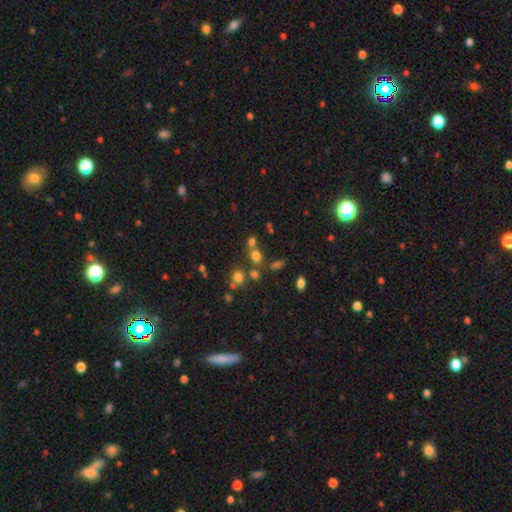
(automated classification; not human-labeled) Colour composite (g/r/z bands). It shows a smooth galaxy with no disk features (65%) that is round (58%). Merging: none (53%).